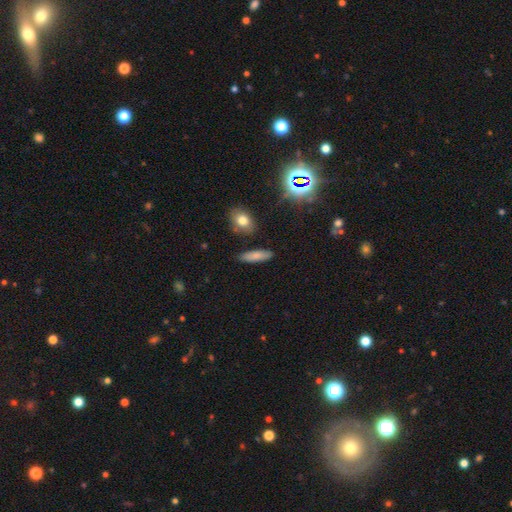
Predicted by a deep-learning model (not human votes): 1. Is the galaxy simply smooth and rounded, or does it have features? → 78% smooth, 13% featured or disk, 9% star or artifact.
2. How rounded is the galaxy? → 54% cigar-shaped, 43% in between, 3% round.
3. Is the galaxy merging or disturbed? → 86% none, 9% minor disturbance, 3% merger, 2% major disturbance.